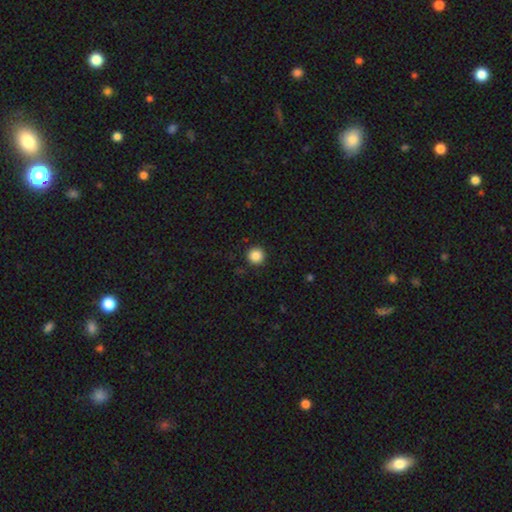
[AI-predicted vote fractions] smooth_or_featured: smooth (p=0.86) [alt: star or artifact p=0.10]
how_rounded: round (p=0.96) [alt: in between p=0.03]
merging: none (p=0.92) [alt: minor disturbance p=0.05]